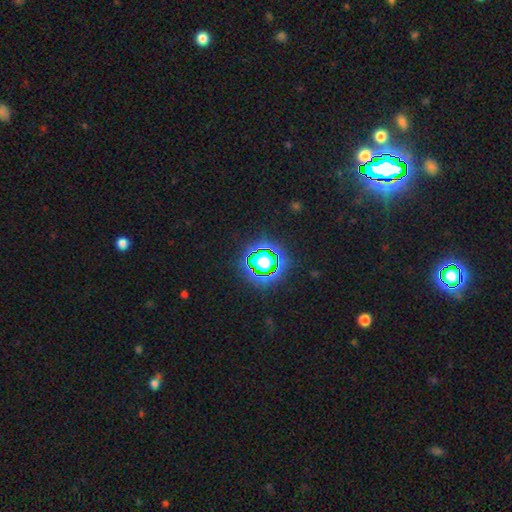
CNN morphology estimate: type=star or artifact (66%).